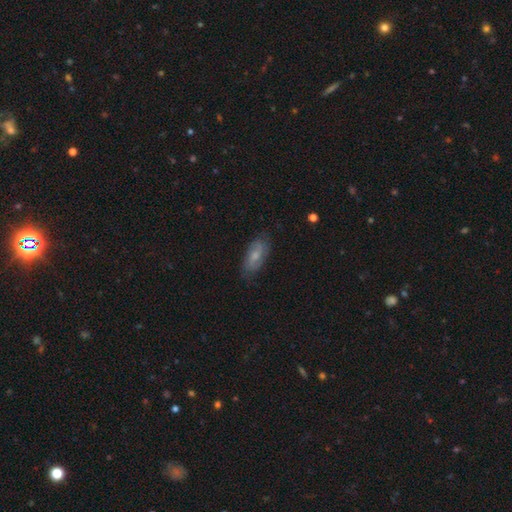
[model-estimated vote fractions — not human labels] smooth 44%, featured or disk 43%, star or artifact 13%. Down the decision tree: merging — none (81%).